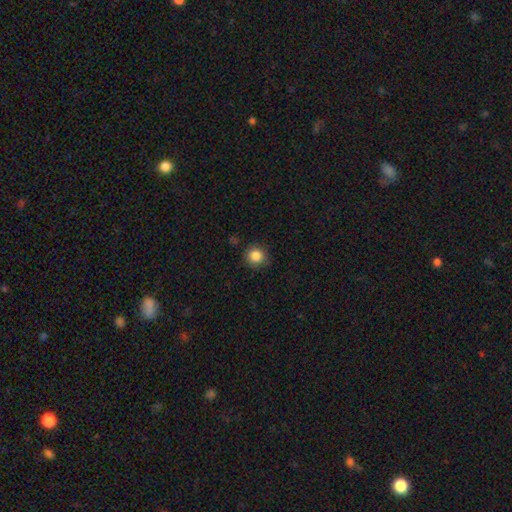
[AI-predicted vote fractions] The model was most divided on "merging": none: 85%, minor disturbance: 11%, major disturbance: 3%, merger: 1%. More confident: how rounded — round (91%); smooth or featured — smooth (86%).